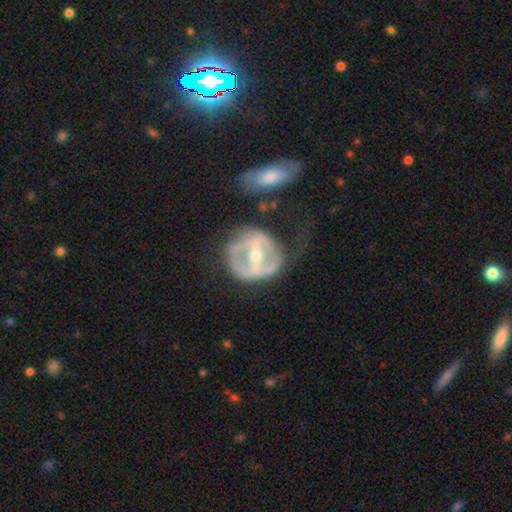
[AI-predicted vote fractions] A featured or disk galaxy (79%) with a strong bar (72%), no spiral arms (53%) and a moderate central bulge (51%). Merging: none (48%).